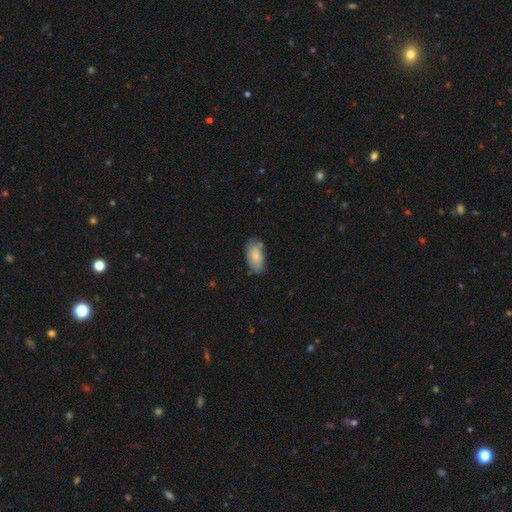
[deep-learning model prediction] smooth 77%, featured or disk 16%, star or artifact 6%. Down the decision tree: how rounded — in between (94%); merging — none (70%).